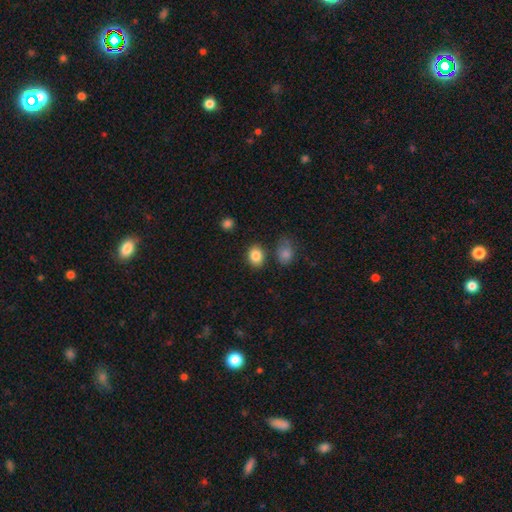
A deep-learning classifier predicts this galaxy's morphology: smooth_or_featured: smooth (p=0.85) [alt: star or artifact p=0.09]
how_rounded: in between (p=0.57) [alt: round p=0.42]
merging: none (p=0.78) [alt: minor disturbance p=0.12]